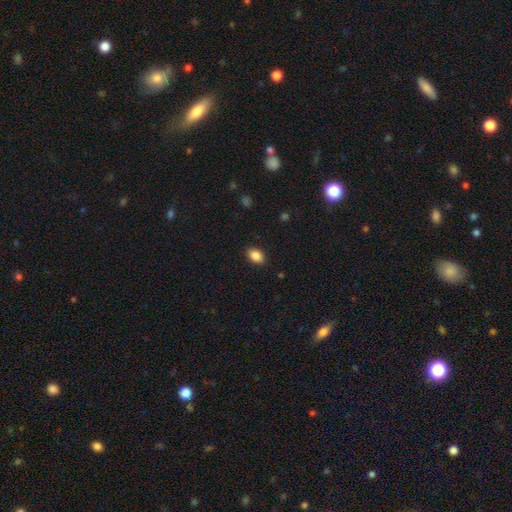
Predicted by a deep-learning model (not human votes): Smooth or featured?
  - smooth: 87% *
  - star or artifact: 9%
  - featured or disk: 5%
How rounded?
  - in between: 82% *
  - round: 17%
  - cigar-shaped: 1%
Merging?
  - none: 89% *
  - minor disturbance: 8%
  - major disturbance: 2%
  - merger: 1%